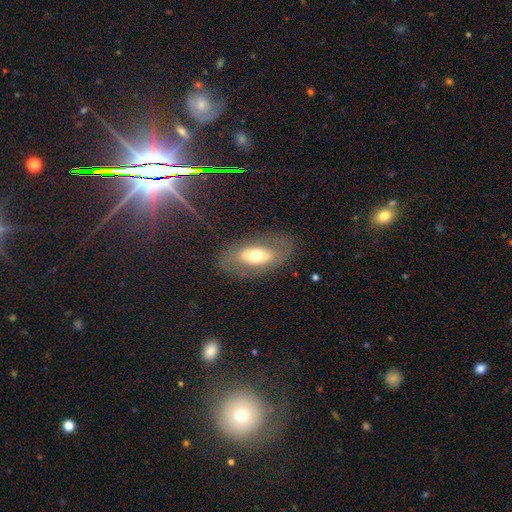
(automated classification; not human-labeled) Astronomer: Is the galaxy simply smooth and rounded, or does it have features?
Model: featured or disk — 49% (runner-up: smooth, 43%).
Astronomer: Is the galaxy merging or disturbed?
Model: none — 75%.